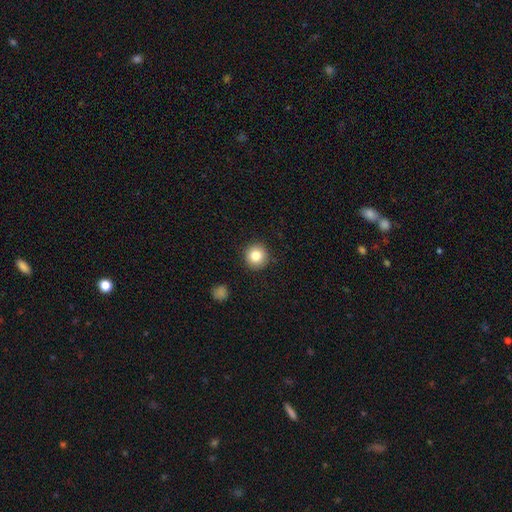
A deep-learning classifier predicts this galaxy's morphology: This appears to be a smooth galaxy with no disk features (82%) that is round (95%). Merging: none (91%).